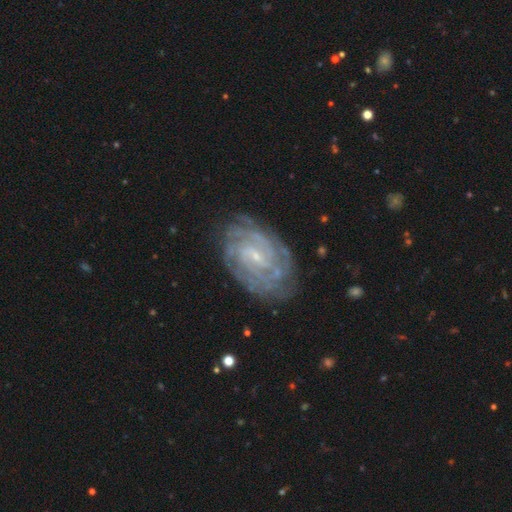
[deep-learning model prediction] This is clearly a featured or disk galaxy (86%). It is clearly not viewed edge-on (97%). Bar: possibly weak (52%). Spiral arm pattern: clearly yes (97%). Spiral arm count: marginally can't tell (32%). Spiral winding: likely tight (75%). Central bulge: likely small (76%). Merging: likely none (78%).